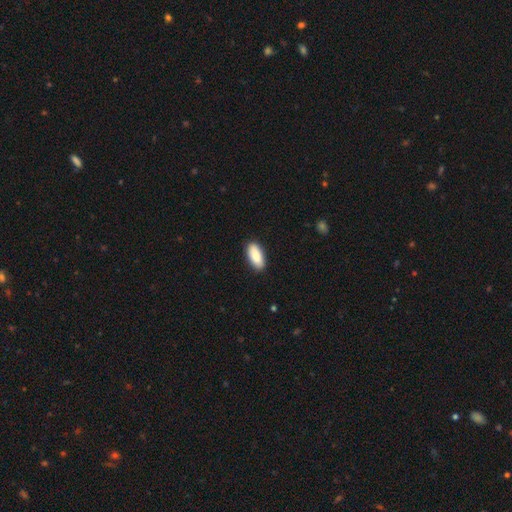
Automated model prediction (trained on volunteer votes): Morphology: type=smooth (88%); roundness=in between (89%); merging=none (88%).